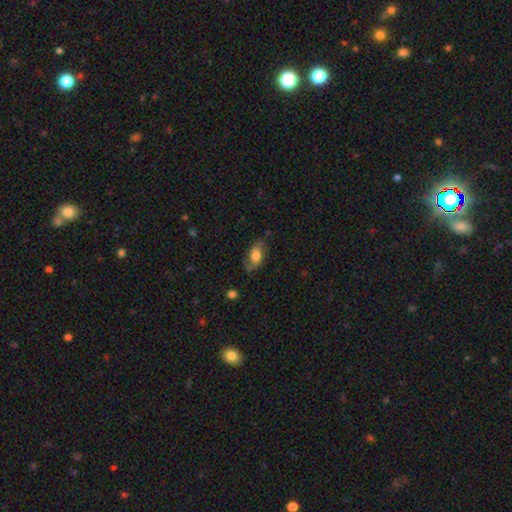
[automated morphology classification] Smooth or featured: smooth — 52% (featured or disk — 40%)
How rounded: in between — 88% (round — 8%)
Merging: none — 67% (minor disturbance — 23%)